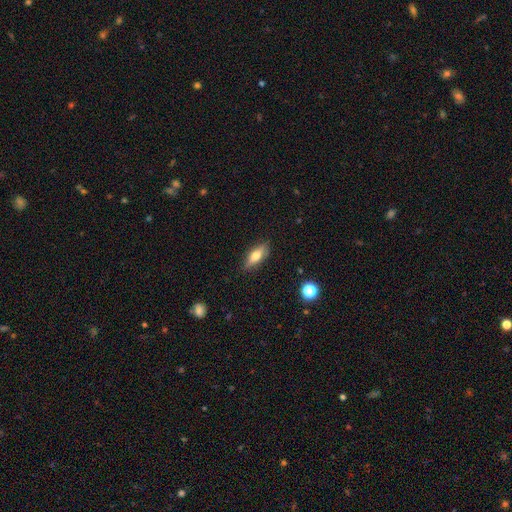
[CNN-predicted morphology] Smooth or featured? smooth (57%)
How rounded? in between (56%)
Merging? none (85%)